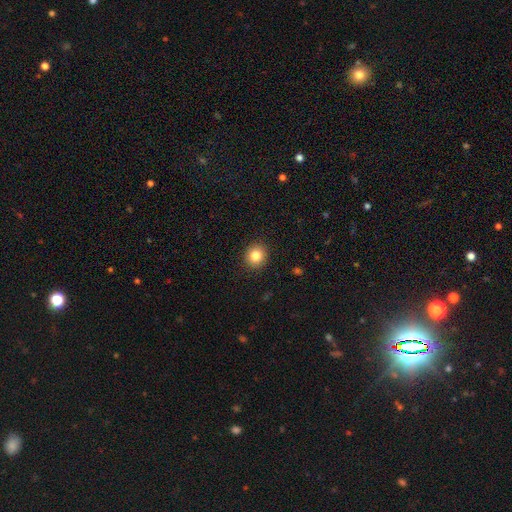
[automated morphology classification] smooth_or_featured: smooth (p=0.83) [alt: star or artifact p=0.10]
how_rounded: round (p=0.83) [alt: in between p=0.16]
merging: none (p=0.91) [alt: minor disturbance p=0.06]